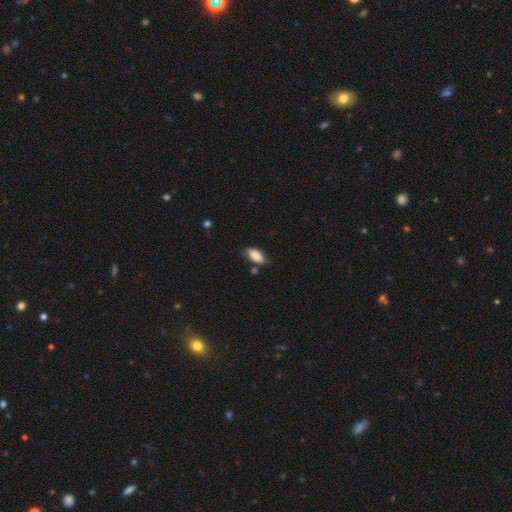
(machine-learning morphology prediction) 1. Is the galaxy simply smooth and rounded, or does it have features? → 85% smooth, 8% featured or disk, 7% star or artifact.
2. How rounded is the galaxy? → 87% in between, 11% cigar-shaped, 2% round.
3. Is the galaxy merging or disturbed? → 71% none, 20% minor disturbance, 6% merger, 4% major disturbance.